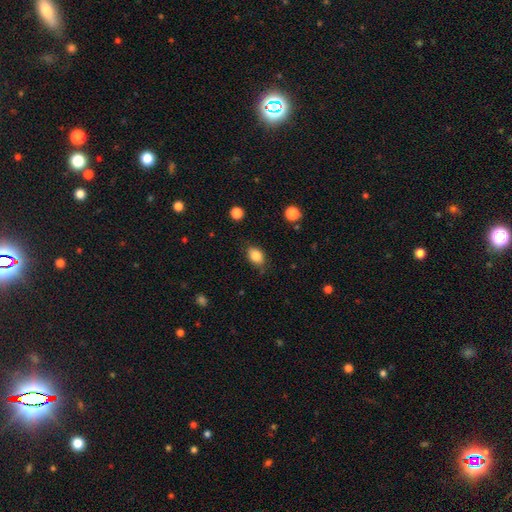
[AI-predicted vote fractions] Q: Smooth or featured?
A: smooth (85%); runner-up: star or artifact (9%)
Q: How rounded?
A: in between (78%); runner-up: round (21%)
Q: Merging?
A: none (80%); runner-up: minor disturbance (15%)